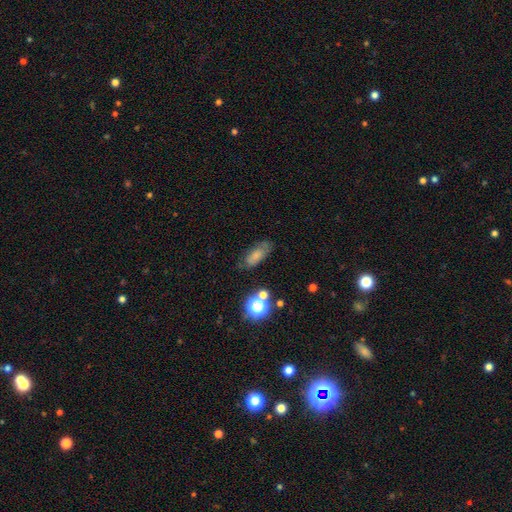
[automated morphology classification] The model was most divided on "merging": none: 64%, minor disturbance: 22%, major disturbance: 9%, merger: 5%. More confident: how rounded — in between (77%); smooth or featured — smooth (65%).